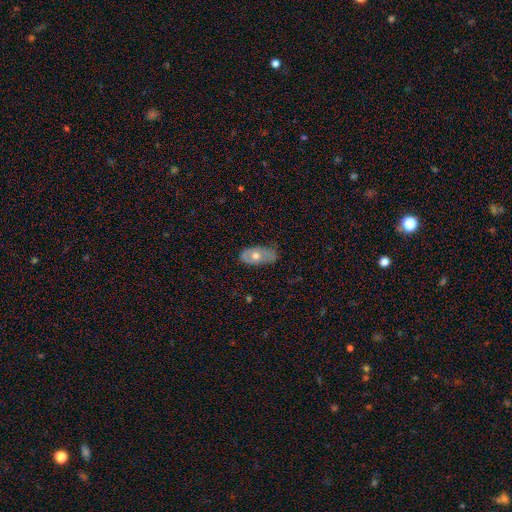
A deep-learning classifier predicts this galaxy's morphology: smooth_or_featured: smooth (p=0.49) [alt: featured or disk p=0.44]
merging: none (p=0.67) [alt: minor disturbance p=0.26]